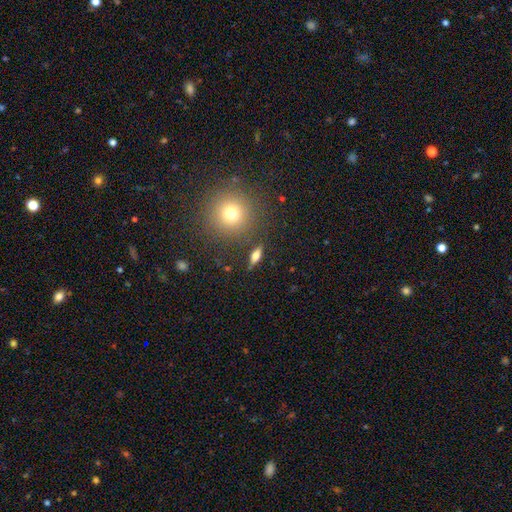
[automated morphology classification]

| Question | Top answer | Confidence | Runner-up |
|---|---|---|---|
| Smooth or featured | smooth | 58% | featured or disk (30%) |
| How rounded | in between | 55% | cigar-shaped (33%) |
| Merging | none | 85% | minor disturbance (9%) |